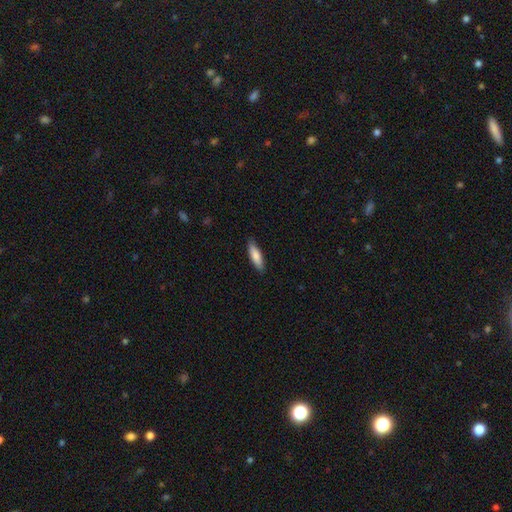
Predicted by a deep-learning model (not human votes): Smooth or featured?
  - smooth: 80% *
  - featured or disk: 14%
  - star or artifact: 6%
How rounded?
  - cigar-shaped: 60% *
  - in between: 38%
  - round: 2%
Merging?
  - none: 87% *
  - minor disturbance: 10%
  - major disturbance: 2%
  - merger: 1%